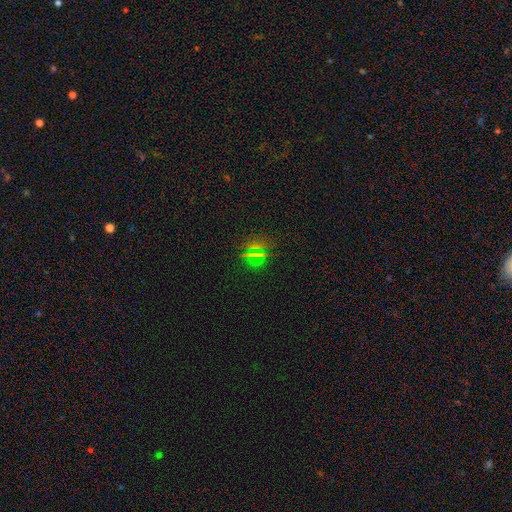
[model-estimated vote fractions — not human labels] A star or artifact, not a galaxy (54%).